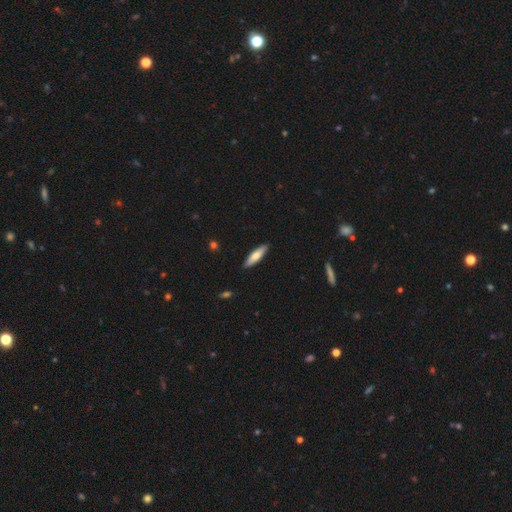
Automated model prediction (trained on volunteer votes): The model was most divided on "how rounded": cigar-shaped: 67%, in between: 31%, round: 2%. More confident: merging — none (89%); smooth or featured — smooth (69%).